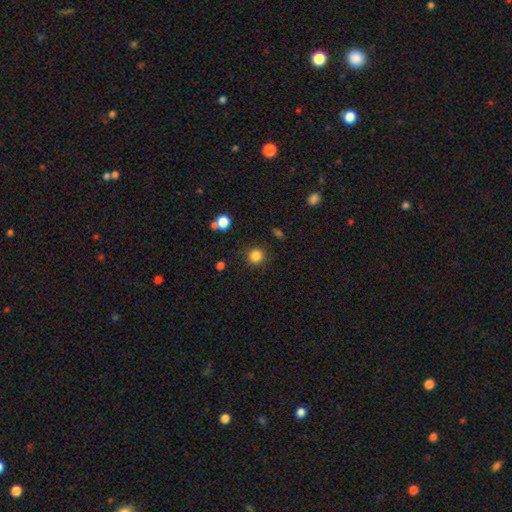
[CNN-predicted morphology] Smooth or featured? smooth (84%)
How rounded? round (92%)
Merging? none (87%)